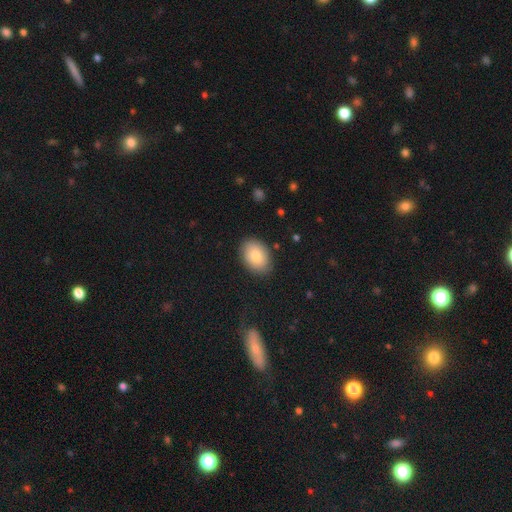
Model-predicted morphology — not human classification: type=smooth (76%); roundness=in between (78%); merging=none (84%).